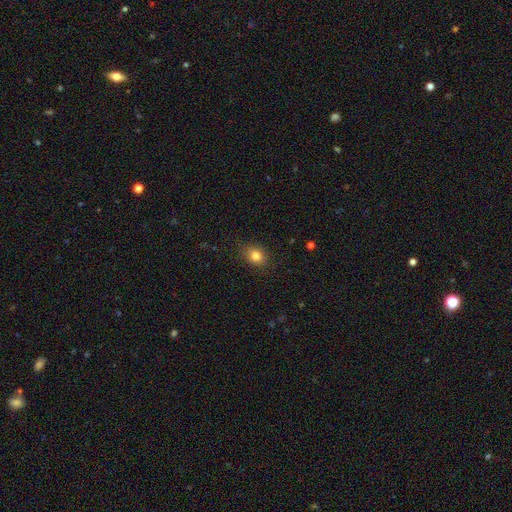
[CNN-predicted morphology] Smooth or featured: smooth — 82% (star or artifact — 11%)
How rounded: round — 51% (in between — 48%)
Merging: none — 86% (minor disturbance — 10%)